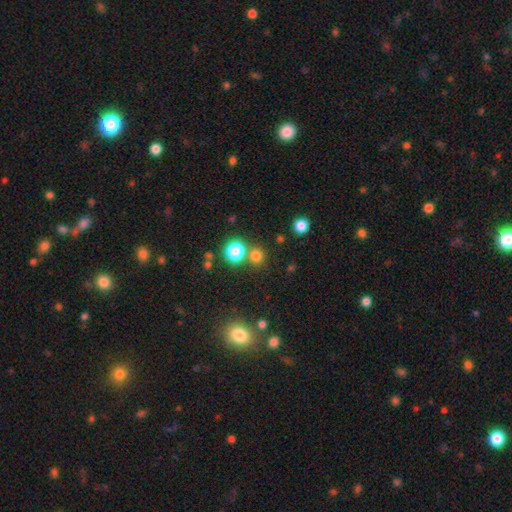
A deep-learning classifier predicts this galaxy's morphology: A smooth galaxy with no disk features (72%) that is round (90%). Merging: none (74%).